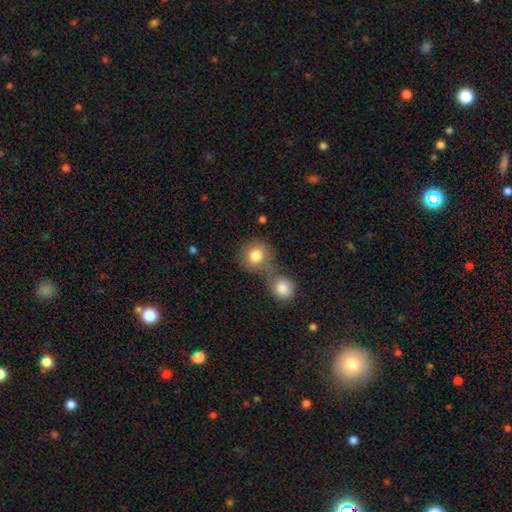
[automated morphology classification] smooth_or_featured: smooth (p=0.81) [alt: featured or disk p=0.10]
how_rounded: round (p=0.85) [alt: in between p=0.14]
merging: merger (p=0.43) [tied with: none p=0.43]